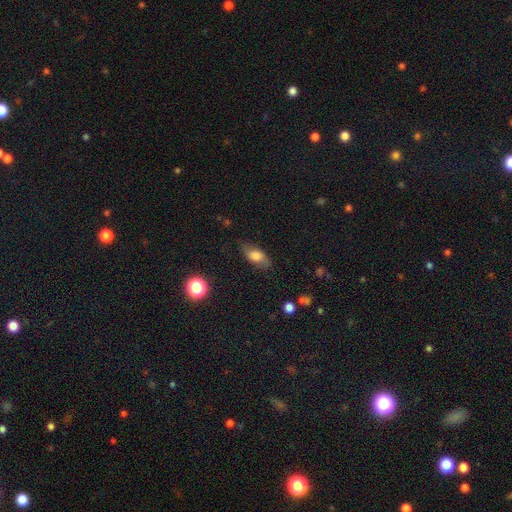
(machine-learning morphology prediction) type=smooth (68%); roundness=in between (82%); merging=none (73%).